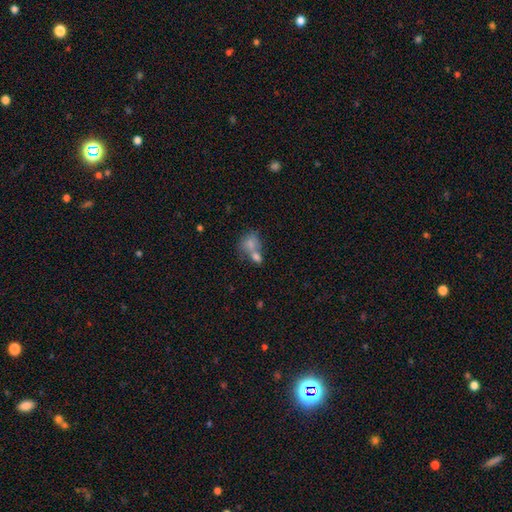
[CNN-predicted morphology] Smooth or featured? smooth (77%)
How rounded? in between (57%)
Merging? merger (58%)